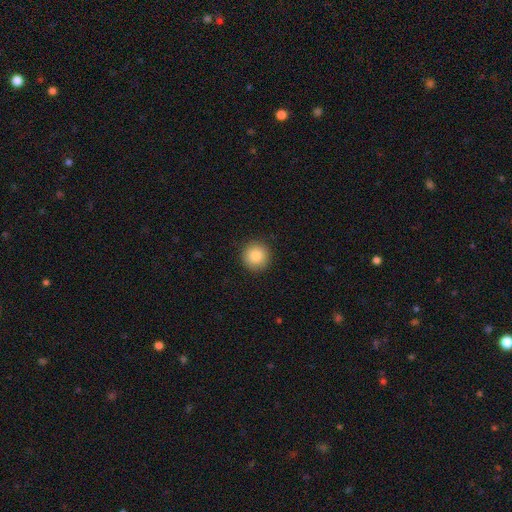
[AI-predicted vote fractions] A smooth galaxy with no disk features (87%) that is round (95%).

Vote fractions:
- Smooth or featured? smooth: 87% / star or artifact: 9% / featured or disk: 4%
- How rounded? round: 95% / in between: 4% / cigar-shaped: 1%
- Merging? none: 91% / minor disturbance: 6% / major disturbance: 2% / merger: 1%